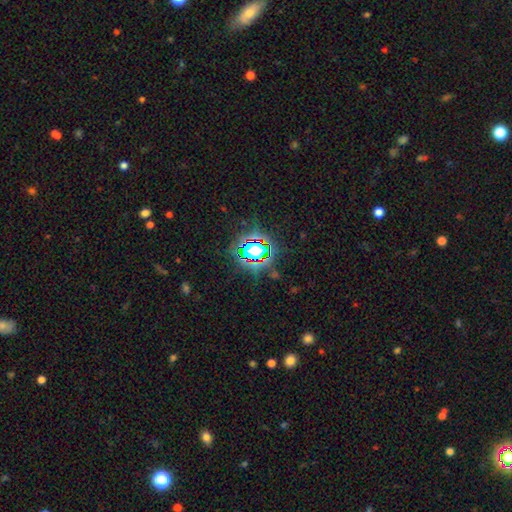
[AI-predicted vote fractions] Morphology: type=star or artifact (77%).